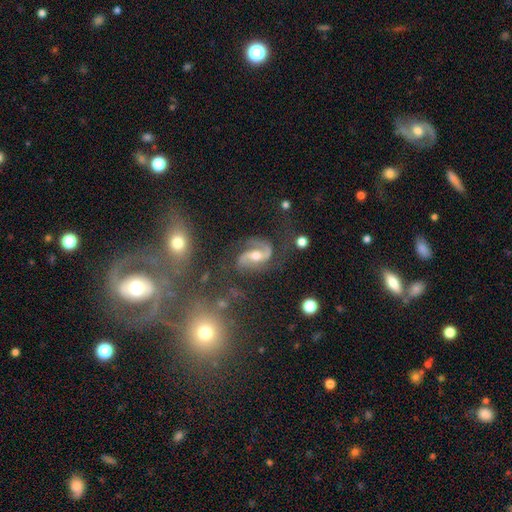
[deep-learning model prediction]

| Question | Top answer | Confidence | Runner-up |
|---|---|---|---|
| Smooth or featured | featured or disk | 87% | star or artifact (7%) |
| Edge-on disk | no | 97% | yes (3%) |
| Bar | weak | 41% | no (34%) |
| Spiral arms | yes | 96% | no (4%) |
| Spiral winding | medium | 49% | loose (38%) |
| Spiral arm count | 2 | 93% | can't tell (2%) |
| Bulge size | moderate | 67% | small (24%) |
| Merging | none | 70% | minor disturbance (16%) |